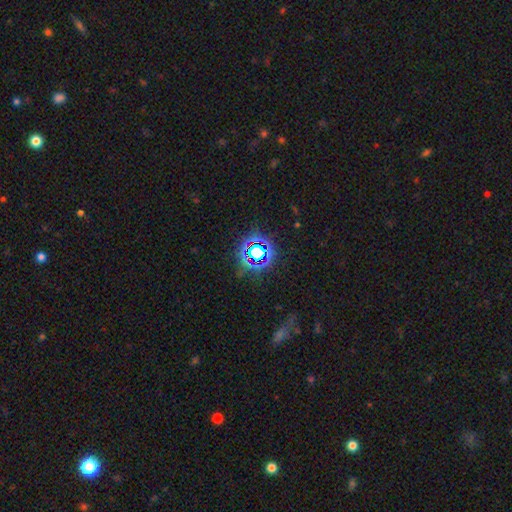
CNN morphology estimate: This appears to be a star or artifact, not a galaxy (74%).